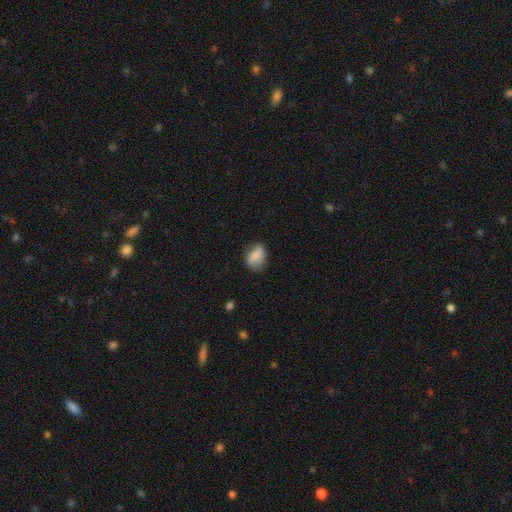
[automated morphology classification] smooth_or_featured: smooth (p=0.79) [alt: featured or disk p=0.12]
how_rounded: in between (p=0.76) [alt: round p=0.22]
merging: none (p=0.59) [alt: minor disturbance p=0.31]